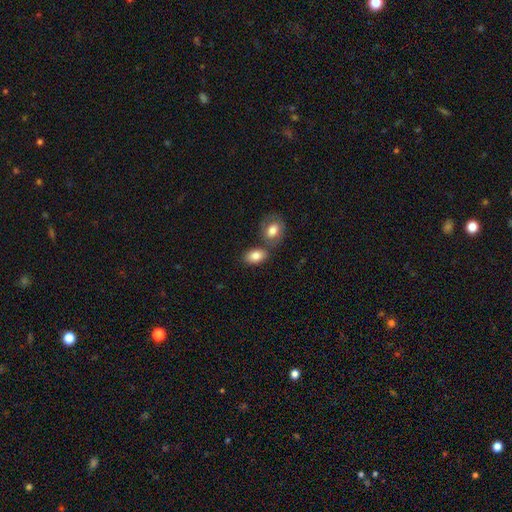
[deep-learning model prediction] Overall: smooth (83%). How rounded: in between (87%). Merging: none (53%; merger 32%).